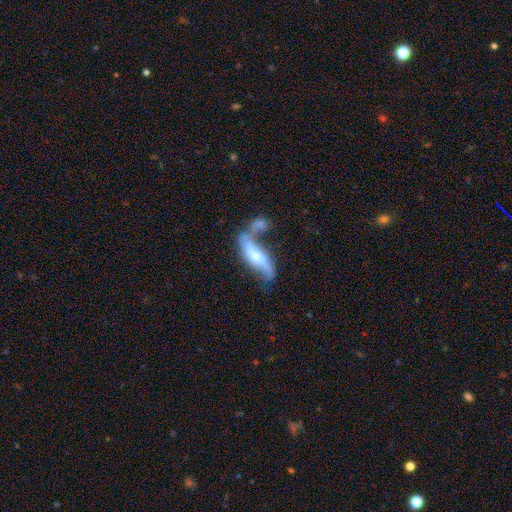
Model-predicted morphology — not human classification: This is possibly a featured or disk galaxy (57%). It is possibly not viewed edge-on (59%). Merging: marginally merger (39%).